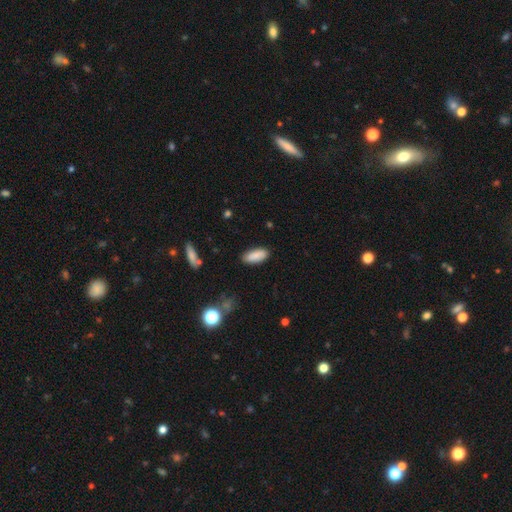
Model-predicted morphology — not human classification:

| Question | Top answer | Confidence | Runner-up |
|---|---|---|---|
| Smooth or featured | smooth | 87% | star or artifact (7%) |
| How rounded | in between | 85% | cigar-shaped (14%) |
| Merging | none | 86% | minor disturbance (11%) |